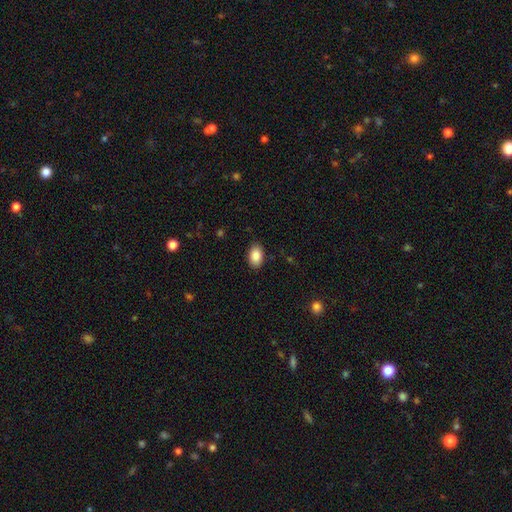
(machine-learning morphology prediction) A smooth galaxy with no disk features (88%) that is in between round and cigar-shaped (90%).

Vote fractions:
- Smooth or featured? smooth: 88% / star or artifact: 7% / featured or disk: 5%
- How rounded? in between: 90% / round: 9% / cigar-shaped: 1%
- Merging? none: 87% / minor disturbance: 9% / major disturbance: 2% / merger: 1%